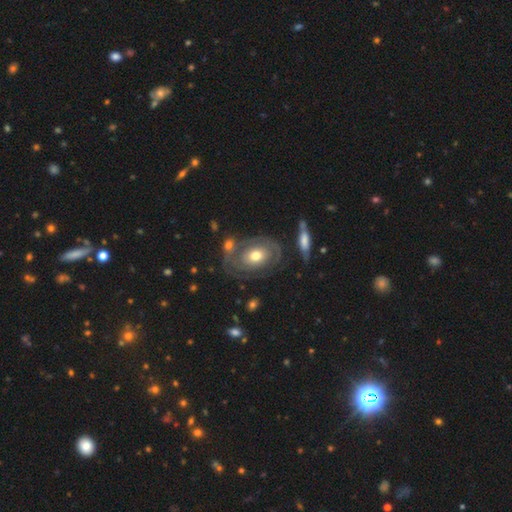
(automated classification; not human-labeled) Overall: featured or disk (75%). Edge-on disk: no (95%). Bar: no (80%). Spiral arms: yes (80%). Spiral arm count: 2 (39%; can't tell 34%). Spiral winding: tight (68%). Bulge size: moderate (69%). Merging: none (63%).